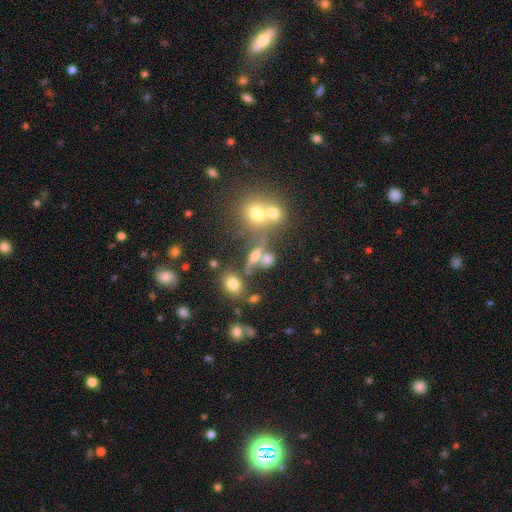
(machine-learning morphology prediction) smooth 48%, featured or disk 28%, star or artifact 24%. Down the decision tree: merging — none (41%).